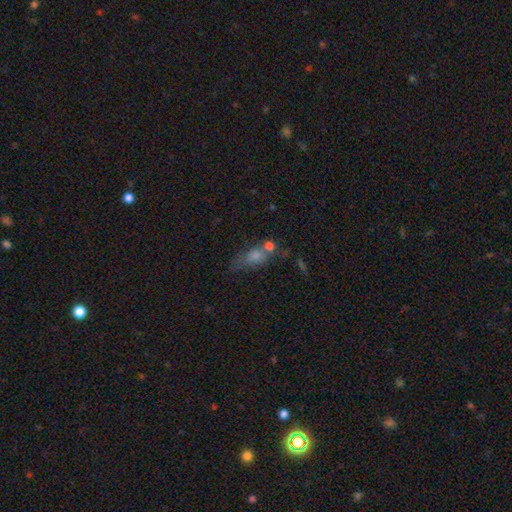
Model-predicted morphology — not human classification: Smooth or featured? Predicted: smooth (p=0.64). How rounded? Predicted: in between (p=0.64). Merging? Predicted: none (p=0.38).